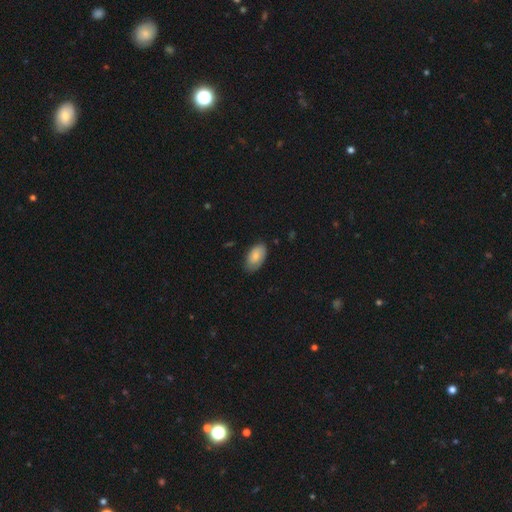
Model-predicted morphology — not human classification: type=smooth (78%); roundness=in between (95%); merging=none (76%).